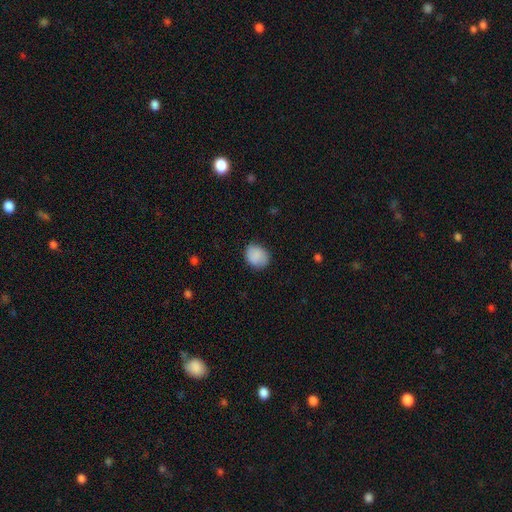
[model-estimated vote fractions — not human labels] Overall: smooth (86%). How rounded: round (56%; in between 43%). Merging: none (82%).